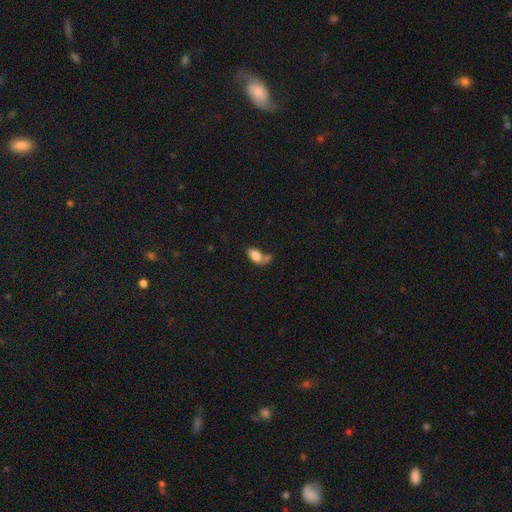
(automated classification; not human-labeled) Overall: smooth (80%). How rounded: in between (91%). Merging: merger (37%; none 32%).